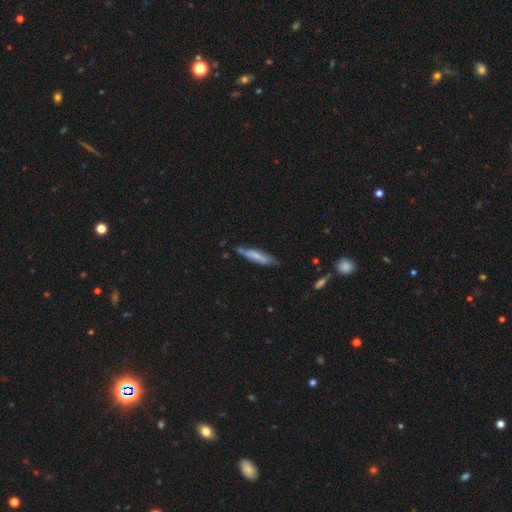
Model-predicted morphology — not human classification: Smooth or featured? Predicted: smooth (p=0.58). How rounded? Predicted: cigar-shaped (p=0.80). Merging? Predicted: none (p=0.61).